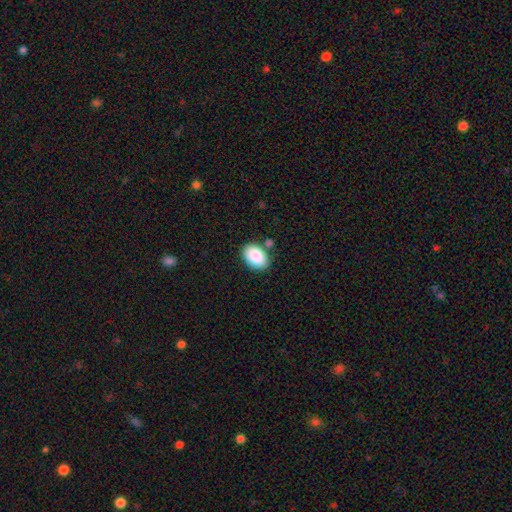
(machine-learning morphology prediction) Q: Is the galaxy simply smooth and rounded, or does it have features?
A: smooth — 88%.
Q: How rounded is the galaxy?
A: in between — 88%.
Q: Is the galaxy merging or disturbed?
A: none — 77%.